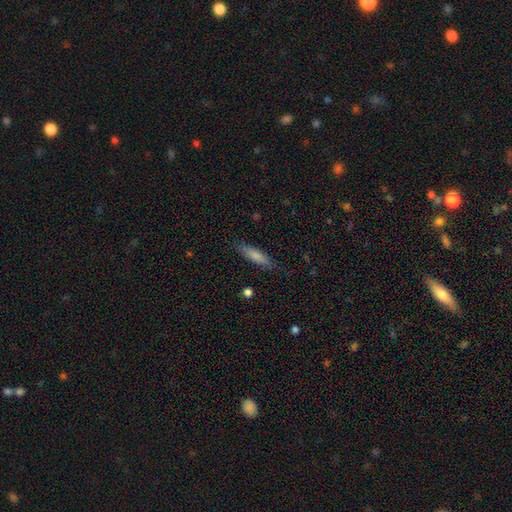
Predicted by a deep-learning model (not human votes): smooth_or_featured: smooth (p=0.77) [alt: featured or disk p=0.17]
how_rounded: cigar-shaped (p=0.73) [alt: in between p=0.25]
merging: none (p=0.84) [alt: minor disturbance p=0.12]